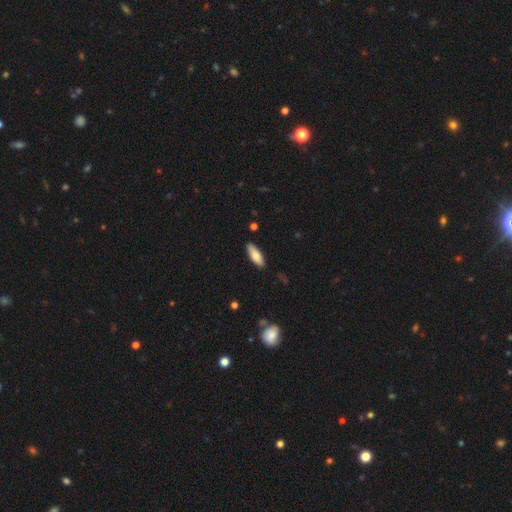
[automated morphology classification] Overall: smooth (79%). How rounded: in between (67%; cigar-shaped 31%). Merging: none (86%).